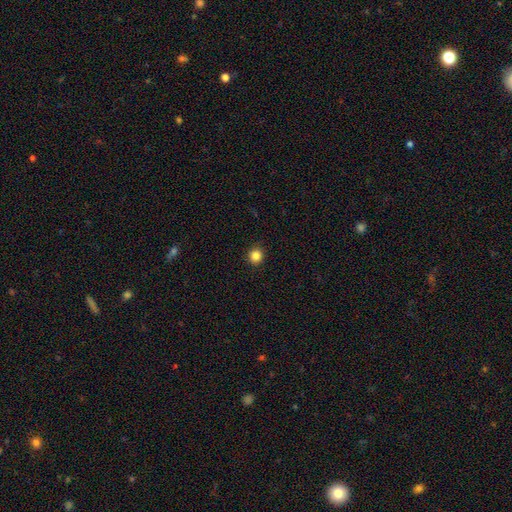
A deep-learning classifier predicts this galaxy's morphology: smooth-or-featured: smooth: 85% | star or artifact: 12% | featured or disk: 4%
  how-rounded: round: 90% | in between: 9% | cigar-shaped: 1%
  merging: none: 92% | minor disturbance: 5% | major disturbance: 2% | merger: 1%